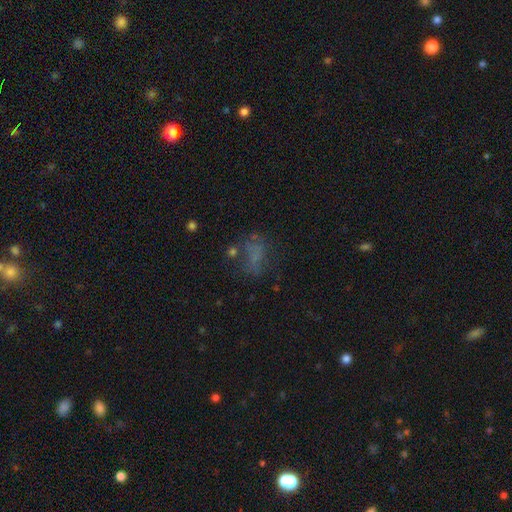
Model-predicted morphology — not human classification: A smooth galaxy with no disk features (48%). Merging: none (47%).